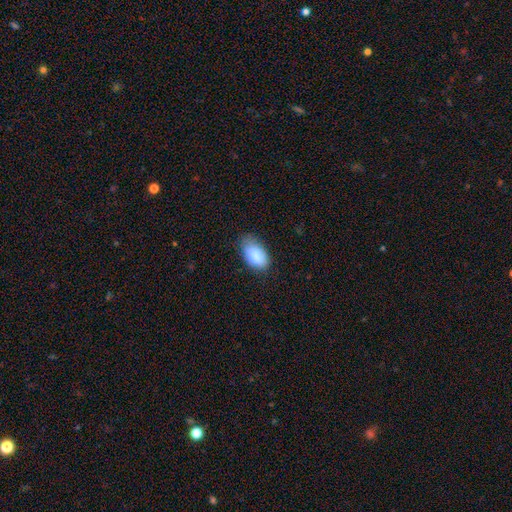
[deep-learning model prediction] smooth-or-featured: smooth: 87% | star or artifact: 6% | featured or disk: 6%
  how-rounded: in between: 95% | round: 4% | cigar-shaped: 2%
  merging: none: 73% | minor disturbance: 22% | major disturbance: 4% | merger: 1%